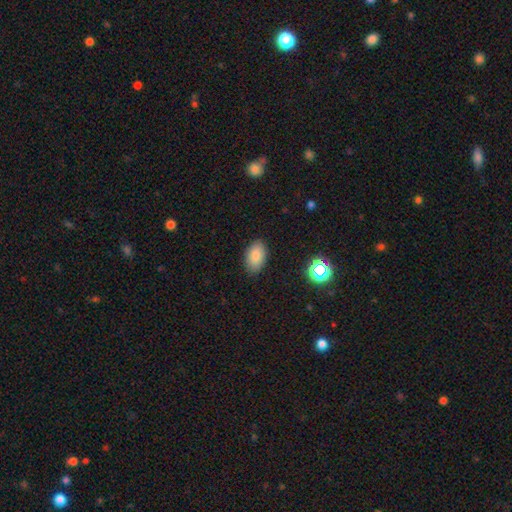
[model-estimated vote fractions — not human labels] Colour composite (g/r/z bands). It shows a smooth galaxy with no disk features (82%) that is in between round and cigar-shaped (92%). Merging: none (86%).